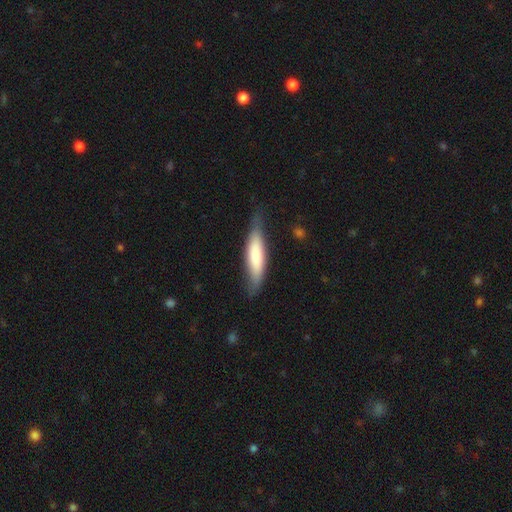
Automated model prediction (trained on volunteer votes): The model was most divided on "how rounded": cigar-shaped: 70%, in between: 29%, round: 2%. More confident: merging — none (70%); smooth or featured — smooth (69%).